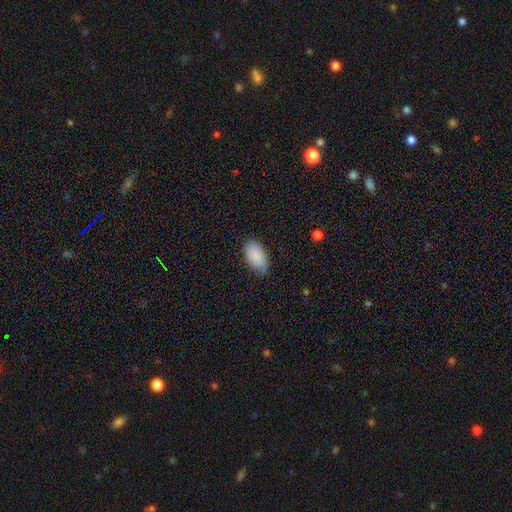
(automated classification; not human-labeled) Q: Smooth or featured?
A: smooth (86%); runner-up: featured or disk (8%)
Q: How rounded?
A: in between (95%); runner-up: round (3%)
Q: Merging?
A: none (66%); runner-up: minor disturbance (28%)